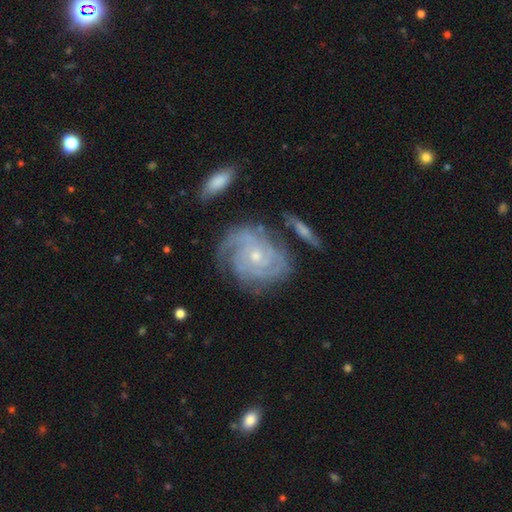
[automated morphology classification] A featured or disk galaxy (88%) with no bar (75%), 3 (29%) tight (72%) spiral arms (97%) and a small central bulge (68%).

Vote fractions:
- Smooth or featured? featured or disk: 88% / smooth: 6% / star or artifact: 6%
- Edge-on disk? no: 97% / yes: 3%
- Bar? no: 75% / weak: 21% / strong: 5%
- Spiral arms? yes: 97% / no: 3%
- Spiral winding? tight: 72% / medium: 24% / loose: 5%
- Spiral arm count? 3: 29% / can't tell: 23% / 2: 20% / 4: 15% / more than 4: 6% / 1: 6%
- Bulge size? small: 68% / moderate: 28% / none: 1% / large: 1% / dominant: 1%
- Merging? none: 69% / minor disturbance: 18% / major disturbance: 8% / merger: 6%